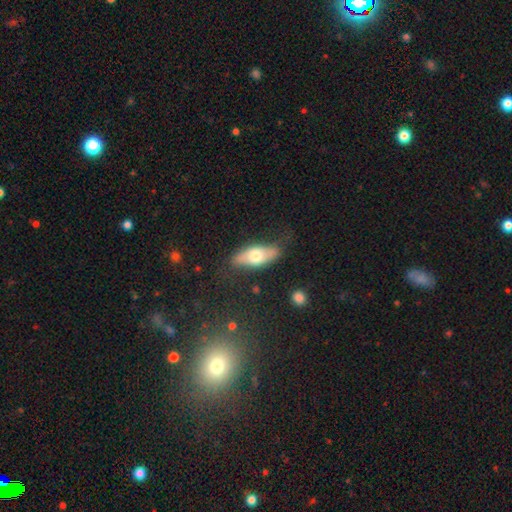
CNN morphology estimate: This is possibly a smooth galaxy (58%). How rounded: likely in between (75%). Merging: likely none (71%).